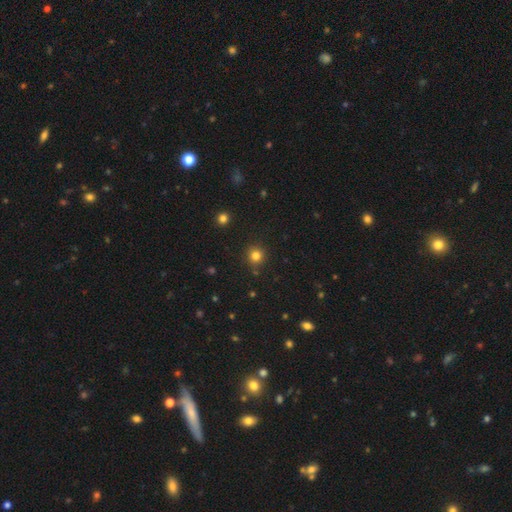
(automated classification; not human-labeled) smooth_or_featured: smooth (p=0.81) [alt: star or artifact p=0.15]
how_rounded: round (p=0.93) [alt: in between p=0.06]
merging: none (p=0.87) [alt: minor disturbance p=0.08]